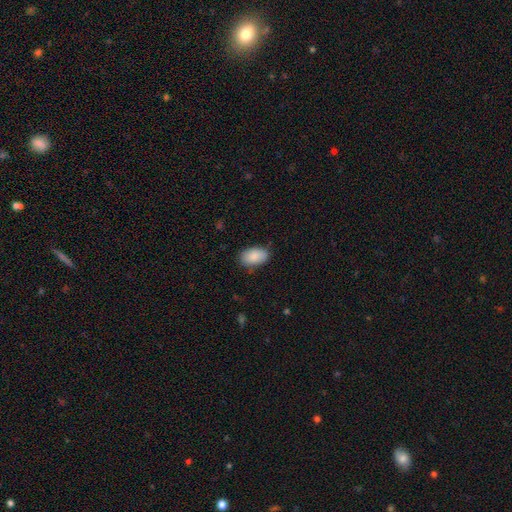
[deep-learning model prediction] Q: Smooth or featured?
A: smooth (88%); runner-up: star or artifact (6%)
Q: How rounded?
A: in between (93%); runner-up: round (5%)
Q: Merging?
A: none (80%); runner-up: minor disturbance (15%)